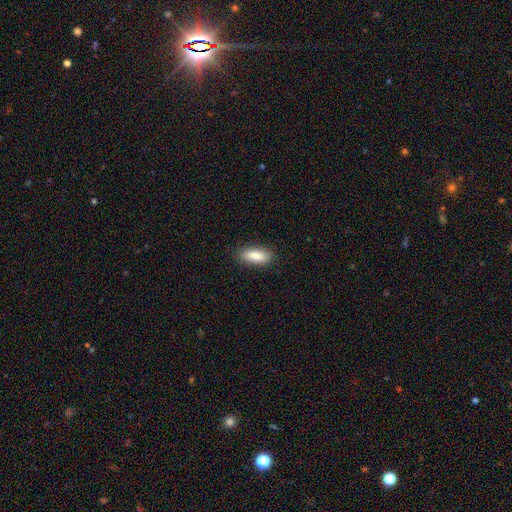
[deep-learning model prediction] smooth-or-featured: smooth: 84% | featured or disk: 9% | star or artifact: 7%
  how-rounded: in between: 77% | cigar-shaped: 21% | round: 2%
  merging: none: 87% | minor disturbance: 10% | major disturbance: 2% | merger: 1%